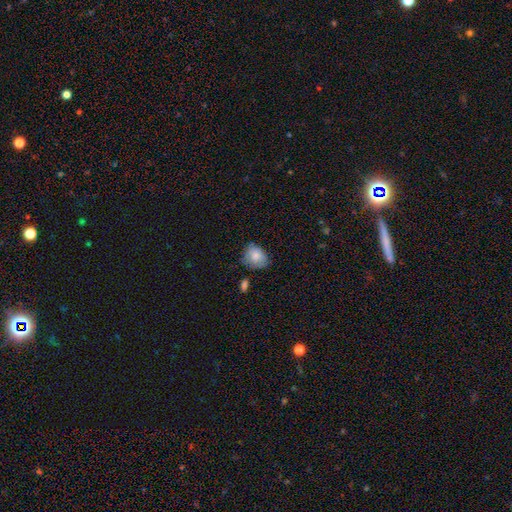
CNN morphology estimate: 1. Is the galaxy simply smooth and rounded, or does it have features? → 81% smooth, 11% featured or disk, 8% star or artifact.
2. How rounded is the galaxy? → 50% round, 49% in between, 1% cigar-shaped.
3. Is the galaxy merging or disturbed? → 59% none, 30% minor disturbance, 7% major disturbance, 4% merger.